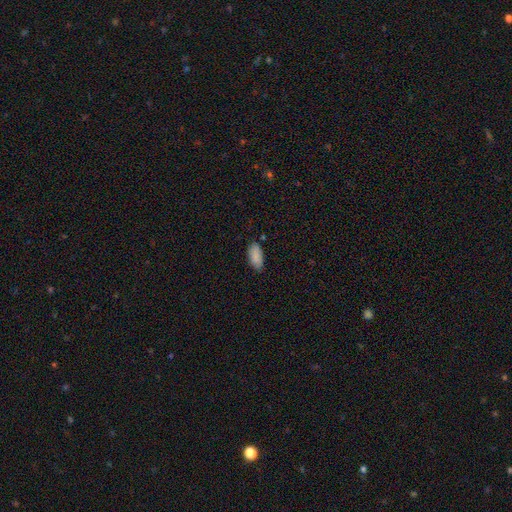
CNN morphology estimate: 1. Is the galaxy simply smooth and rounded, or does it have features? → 88% smooth, 7% star or artifact, 5% featured or disk.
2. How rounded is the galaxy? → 89% in between, 9% cigar-shaped, 2% round.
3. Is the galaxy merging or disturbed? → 78% none, 17% minor disturbance, 3% major disturbance, 2% merger.